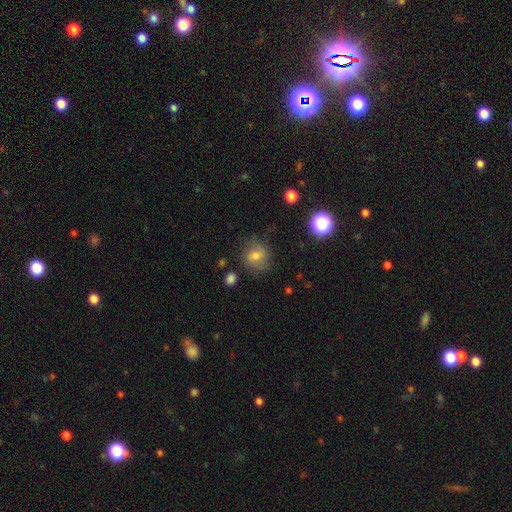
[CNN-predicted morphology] This is likely a smooth galaxy (64%). How rounded: likely round (67%). Merging: likely none (72%).